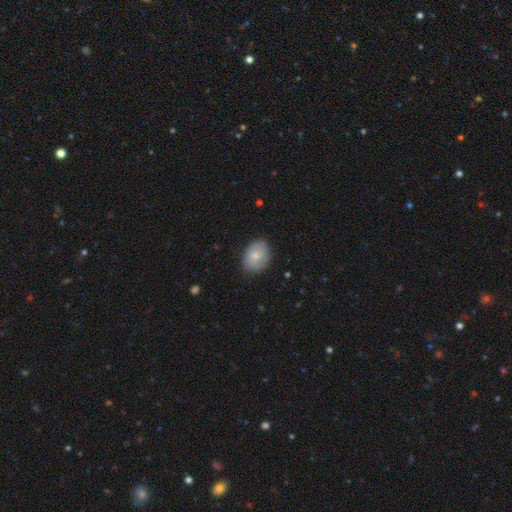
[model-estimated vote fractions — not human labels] Q: Smooth or featured?
A: smooth (60%); runner-up: featured or disk (33%)
Q: How rounded?
A: in between (60%); runner-up: round (39%)
Q: Merging?
A: none (74%); runner-up: minor disturbance (20%)